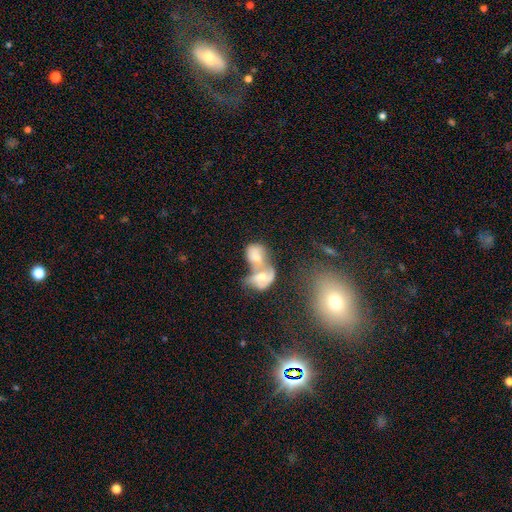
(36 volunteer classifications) Q: Smooth or featured?
A: smooth (50%); runner-up: featured or disk (47%)
Q: How rounded?
A: in between (78%); runner-up: round (22%)
Q: Merging?
A: merger (94%); runner-up: none (6%)